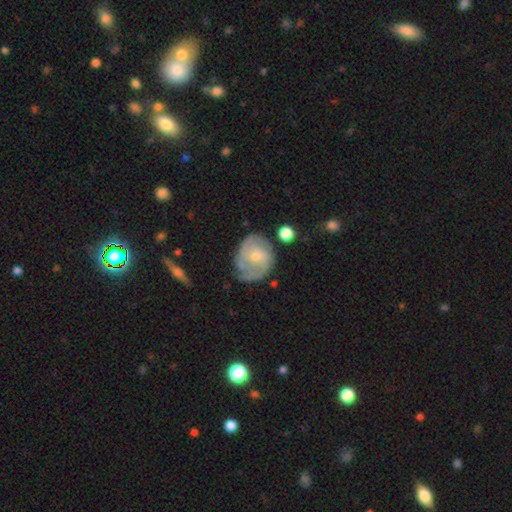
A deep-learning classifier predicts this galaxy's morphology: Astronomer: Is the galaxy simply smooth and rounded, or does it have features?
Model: featured or disk — 72%.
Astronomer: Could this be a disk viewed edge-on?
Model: no — 98%.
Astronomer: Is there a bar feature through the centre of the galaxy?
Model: no — 57% (runner-up: weak, 38%).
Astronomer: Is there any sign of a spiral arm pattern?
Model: yes — 88%.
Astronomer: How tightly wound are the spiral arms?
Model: tight — 49% (runner-up: medium, 38%).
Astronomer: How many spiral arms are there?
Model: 2 — 35% (runner-up: can't tell, 32%).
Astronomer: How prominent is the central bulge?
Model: small — 62%.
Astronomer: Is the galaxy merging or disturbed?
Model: none — 55%.